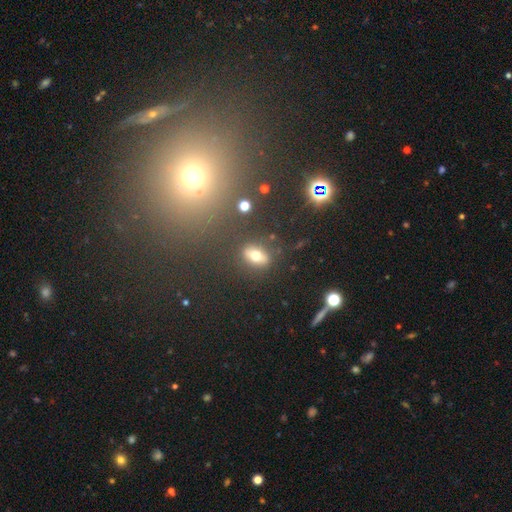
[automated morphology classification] type=smooth (64%); roundness=in between (71%); merging=none (80%).